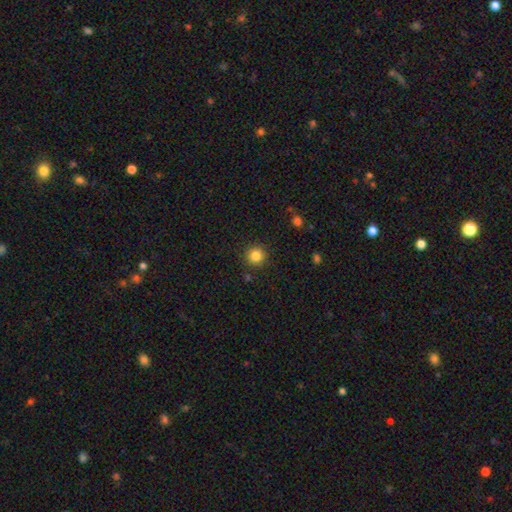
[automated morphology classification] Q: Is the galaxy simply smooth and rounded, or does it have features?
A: smooth — 84%.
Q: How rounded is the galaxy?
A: round — 95%.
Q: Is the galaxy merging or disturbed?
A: none — 90%.